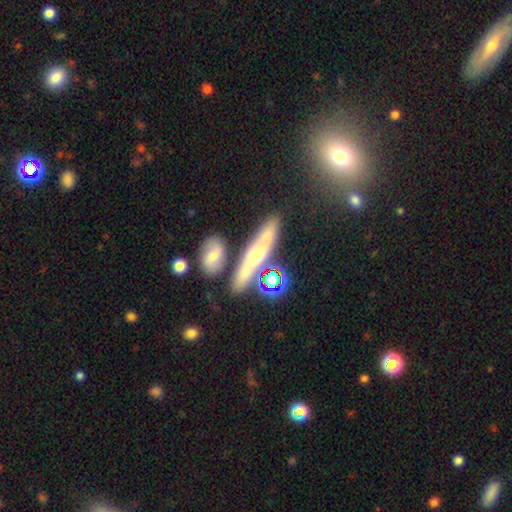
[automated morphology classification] Overall: featured or disk (42%; smooth 39%). Merging: none (68%).